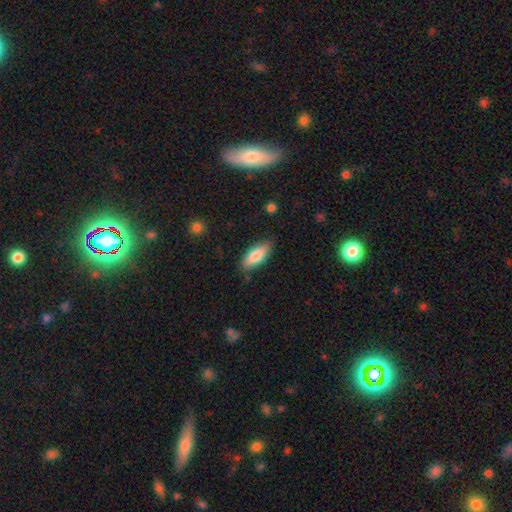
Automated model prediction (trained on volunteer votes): This is clearly a smooth galaxy (81%). How rounded: likely in between (75%). Merging: clearly none (83%).